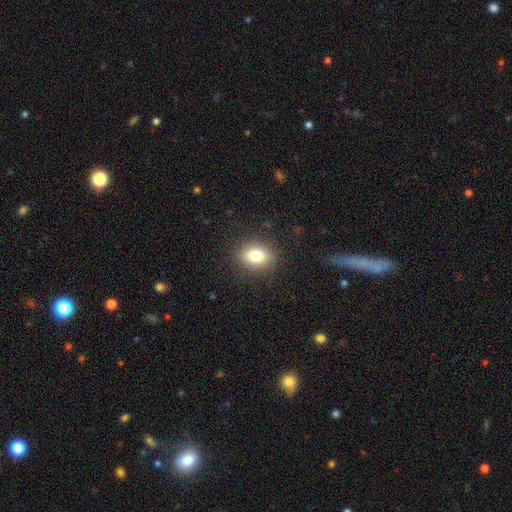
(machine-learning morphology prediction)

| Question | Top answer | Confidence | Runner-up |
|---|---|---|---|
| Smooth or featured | smooth | 82% | star or artifact (10%) |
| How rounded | in between | 68% | round (31%) |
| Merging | none | 87% | minor disturbance (9%) |